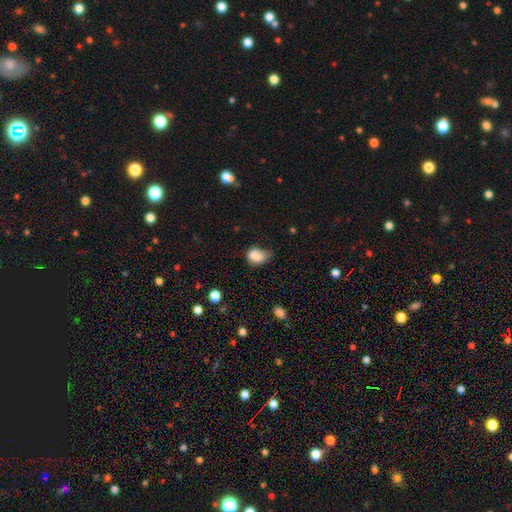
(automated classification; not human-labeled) Smooth or featured? Predicted: smooth (p=0.84). How rounded? Predicted: in between (p=0.70). Merging? Predicted: minor disturbance (p=0.47).